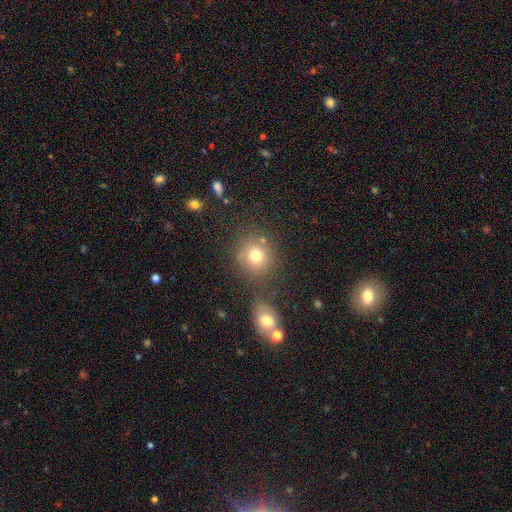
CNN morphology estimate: The model was most divided on "merging": none: 70%, merger: 16%, minor disturbance: 10%, major disturbance: 4%. More confident: how rounded — round (85%); smooth or featured — smooth (76%).